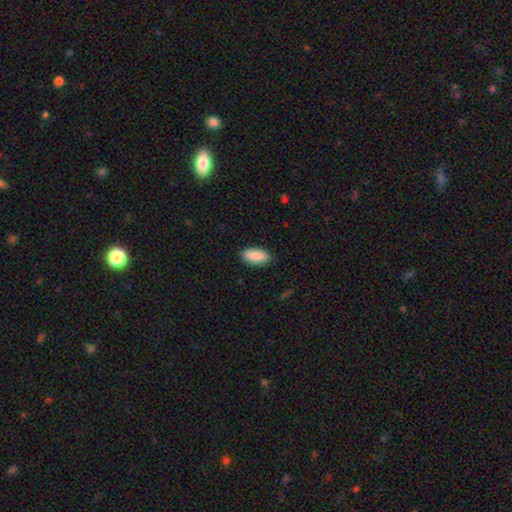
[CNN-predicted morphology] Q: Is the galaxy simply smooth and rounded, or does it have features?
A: smooth — 87%.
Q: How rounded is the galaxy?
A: in between — 90%.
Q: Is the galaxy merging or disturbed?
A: none — 87%.